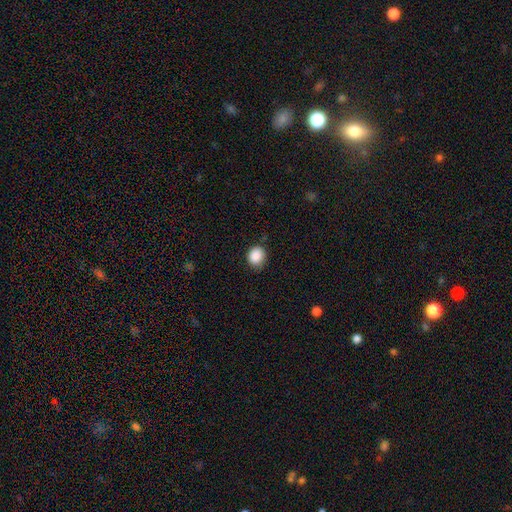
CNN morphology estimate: smooth_or_featured: smooth (p=0.88) [alt: star or artifact p=0.09]
how_rounded: round (p=0.70) [alt: in between p=0.30]
merging: none (p=0.80) [alt: minor disturbance p=0.15]